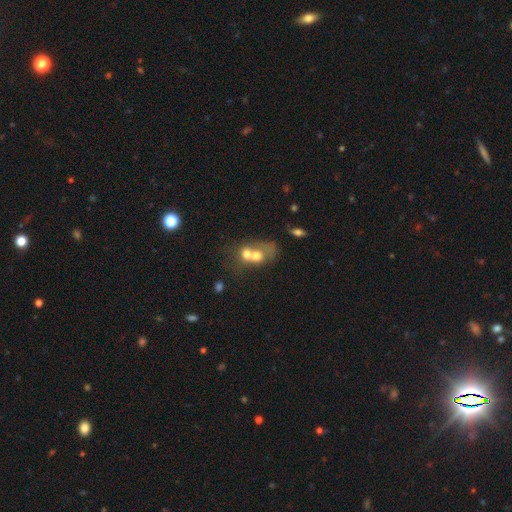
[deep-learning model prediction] A smooth galaxy with no disk features (61%) that is round (56%). Merging: merger (74%).